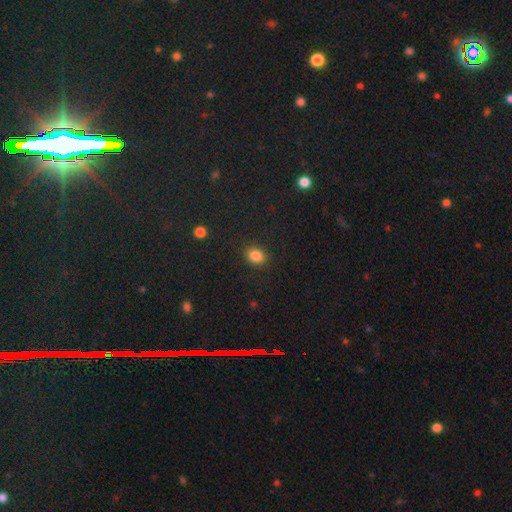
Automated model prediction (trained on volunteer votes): The model was most divided on "how rounded": in between: 54%, round: 45%, cigar-shaped: 1%. More confident: merging — none (88%); smooth or featured — smooth (86%).